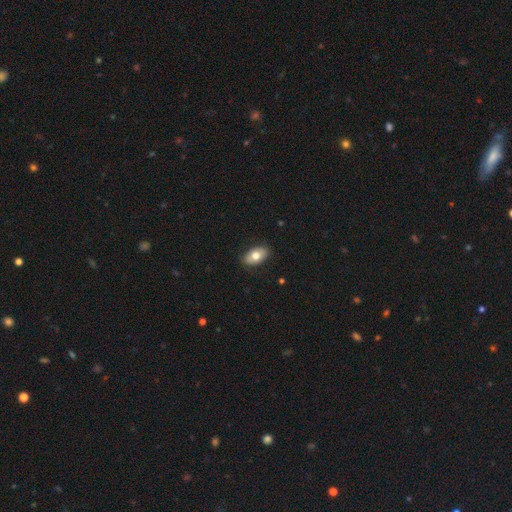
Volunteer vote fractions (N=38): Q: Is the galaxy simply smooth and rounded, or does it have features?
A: smooth — 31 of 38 (82%).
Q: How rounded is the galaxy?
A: in between — 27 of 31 (87%).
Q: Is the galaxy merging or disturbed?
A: none — 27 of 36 (75%).